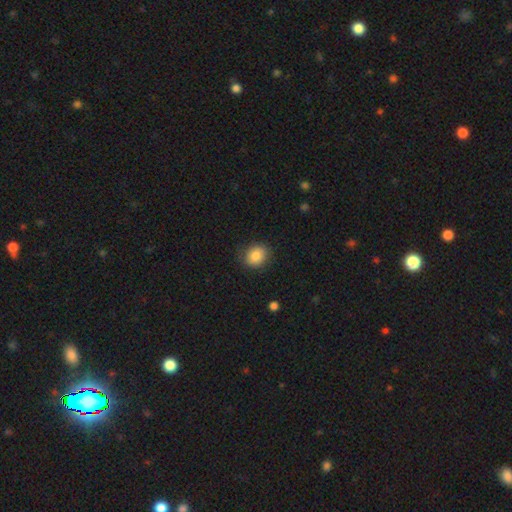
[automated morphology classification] This appears to be a smooth galaxy with no disk features (84%) that is round (68%). Merging: none (84%).